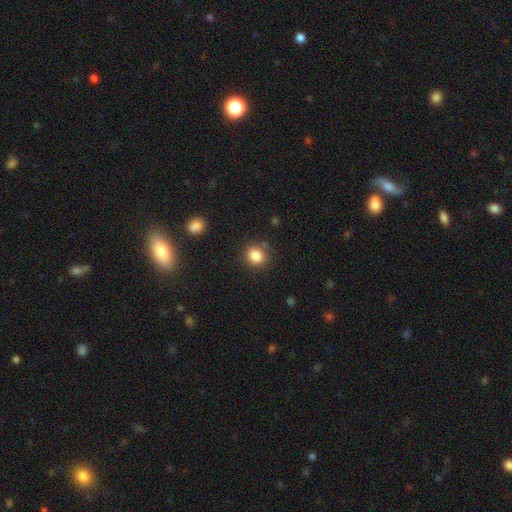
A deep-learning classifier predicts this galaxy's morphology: Smooth or featured? Predicted: smooth (p=0.85). How rounded? Predicted: round (p=0.83). Merging? Predicted: none (p=0.84).